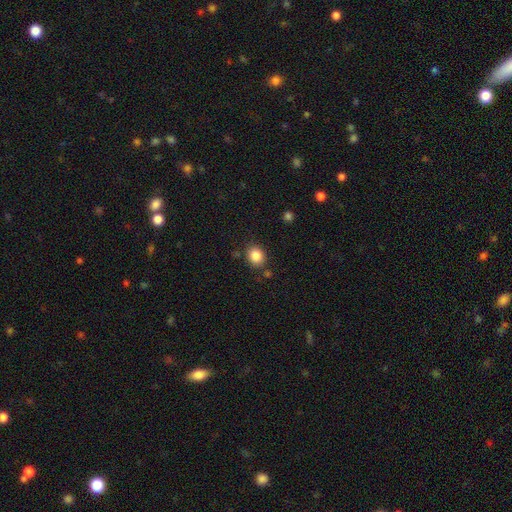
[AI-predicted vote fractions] The model was most divided on "how rounded": round: 67%, in between: 32%, cigar-shaped: 1%. More confident: smooth or featured — smooth (86%); merging — none (83%).